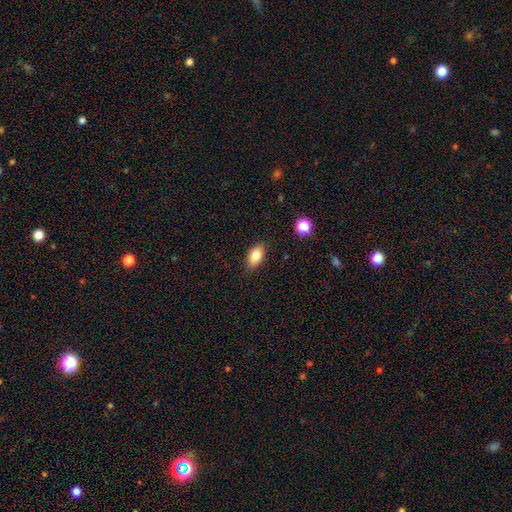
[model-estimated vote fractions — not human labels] smooth_or_featured: smooth (p=0.80) [alt: featured or disk p=0.11]
how_rounded: in between (p=0.88) [alt: round p=0.07]
merging: none (p=0.87) [alt: minor disturbance p=0.10]